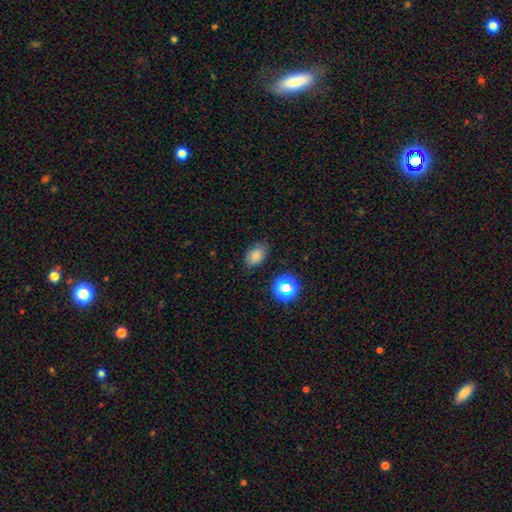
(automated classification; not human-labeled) Morphology: type=smooth (75%); roundness=in between (82%); merging=none (80%).